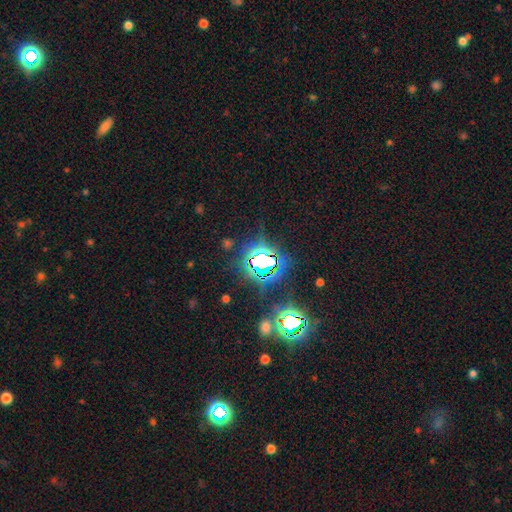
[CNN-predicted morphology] The model was most divided on "smooth or featured": star or artifact: 81%, smooth: 11%, featured or disk: 8%.